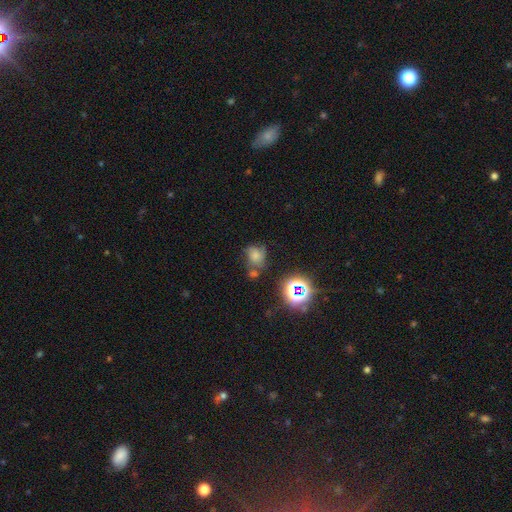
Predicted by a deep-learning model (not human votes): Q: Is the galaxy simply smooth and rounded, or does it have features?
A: smooth — 49%.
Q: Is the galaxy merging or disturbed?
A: none — 43%.